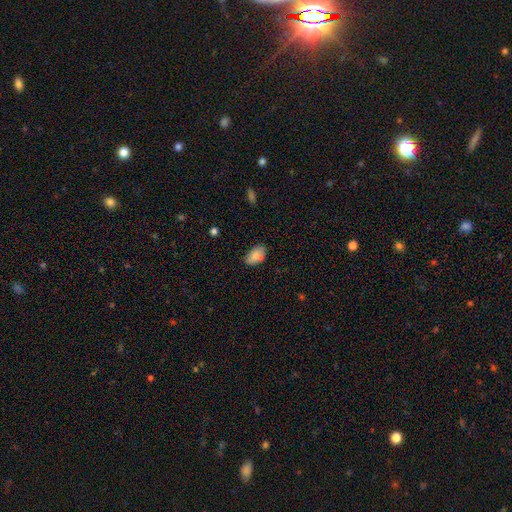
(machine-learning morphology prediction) Smooth or featured: smooth — 81% (featured or disk — 11%)
How rounded: in between — 92% (round — 7%)
Merging: none — 66% (minor disturbance — 21%)